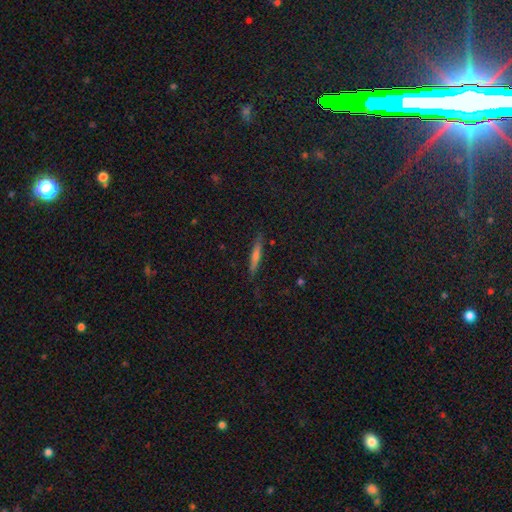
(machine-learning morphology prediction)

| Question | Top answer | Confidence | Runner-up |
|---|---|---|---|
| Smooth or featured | smooth | 50% | featured or disk (41%) |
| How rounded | cigar-shaped | 92% | in between (6%) |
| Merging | none | 88% | minor disturbance (9%) |